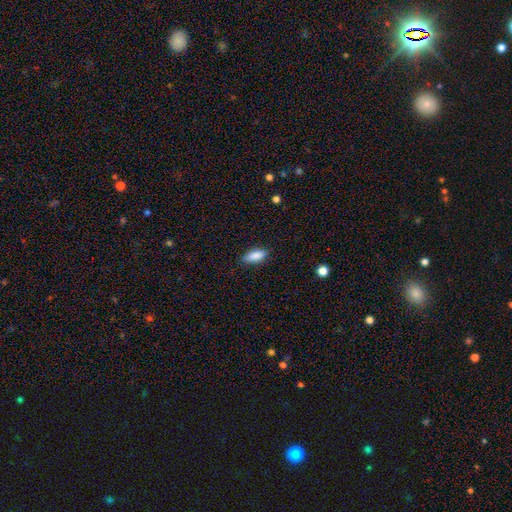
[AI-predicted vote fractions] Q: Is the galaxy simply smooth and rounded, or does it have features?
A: smooth — 85%.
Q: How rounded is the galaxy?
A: in between — 77%.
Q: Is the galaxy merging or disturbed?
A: none — 84%.